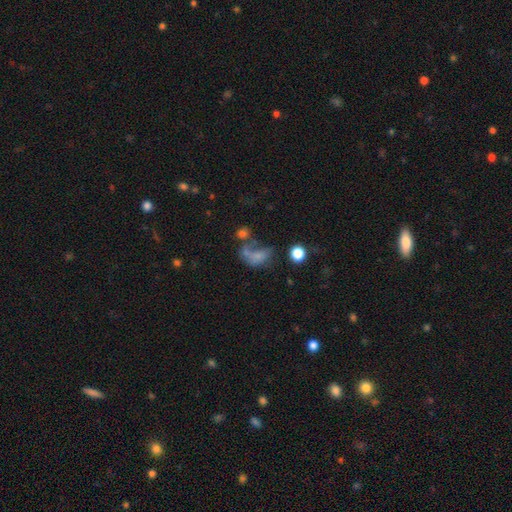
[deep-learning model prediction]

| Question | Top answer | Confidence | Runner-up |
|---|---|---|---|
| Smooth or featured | smooth | 54% | featured or disk (27%) |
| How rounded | in between | 74% | round (22%) |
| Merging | major disturbance | 34% | merger (31%) |